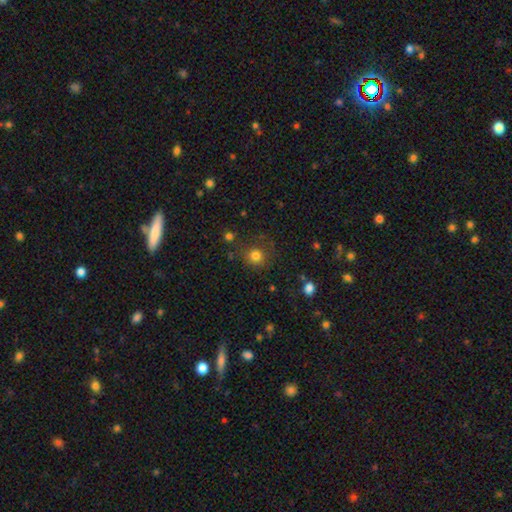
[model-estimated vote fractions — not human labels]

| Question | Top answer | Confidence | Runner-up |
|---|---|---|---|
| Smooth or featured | smooth | 80% | star or artifact (14%) |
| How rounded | round | 90% | in between (9%) |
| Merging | none | 77% | minor disturbance (13%) |